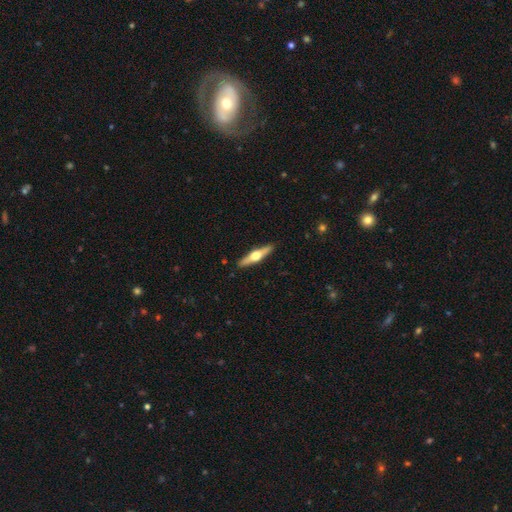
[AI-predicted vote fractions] smooth_or_featured: featured or disk (p=0.67) [alt: smooth p=0.28]
disk_edge_on: yes (p=0.97) [alt: no p=0.03]
edge_on_bulge: rounded (p=0.96) [alt: boxy p=0.02]
merging: none (p=0.91) [alt: minor disturbance p=0.06]